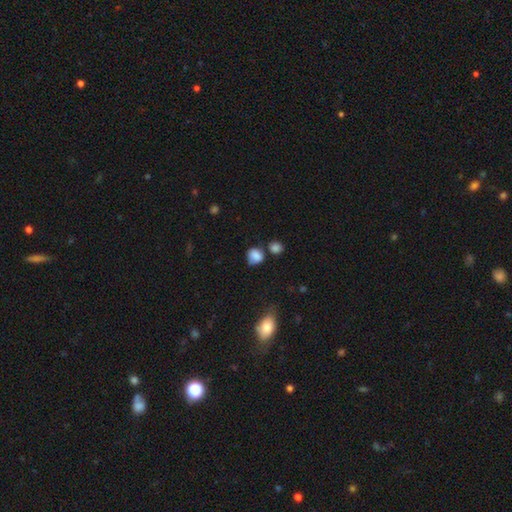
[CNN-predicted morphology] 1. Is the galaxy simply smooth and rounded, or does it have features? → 82% smooth, 10% star or artifact, 7% featured or disk.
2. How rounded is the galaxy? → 64% round, 35% in between, 1% cigar-shaped.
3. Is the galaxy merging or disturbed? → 55% none, 24% minor disturbance, 14% merger, 7% major disturbance.